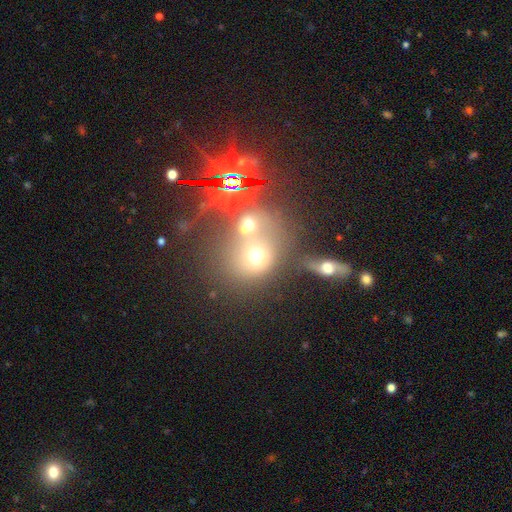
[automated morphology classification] A smooth galaxy with no disk features (44%). Merging: merger (46%).